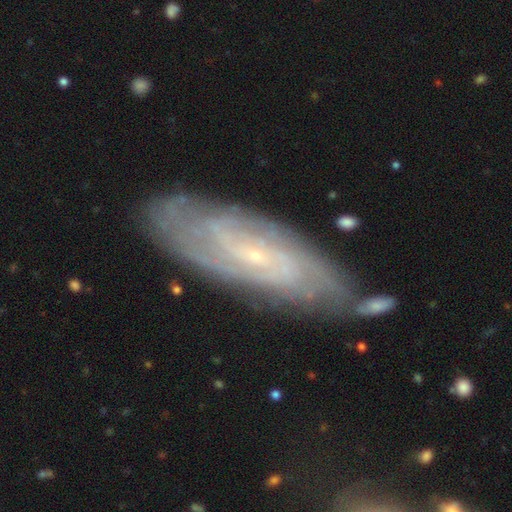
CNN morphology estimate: smooth_or_featured: featured or disk (p=0.83) [alt: smooth p=0.11]
disk_edge_on: no (p=0.87) [alt: yes p=0.13]
bar: no (p=0.51) [alt: weak p=0.37]
has_spiral_arms: yes (p=0.94) [alt: no p=0.06]
spiral_winding: tight (p=0.64) [alt: medium p=0.27]
spiral_arm_count: can't tell (p=0.42) [alt: 2 p=0.25]
bulge_size: small (p=0.86) [alt: moderate p=0.10]
merging: none (p=0.76) [alt: minor disturbance p=0.16]